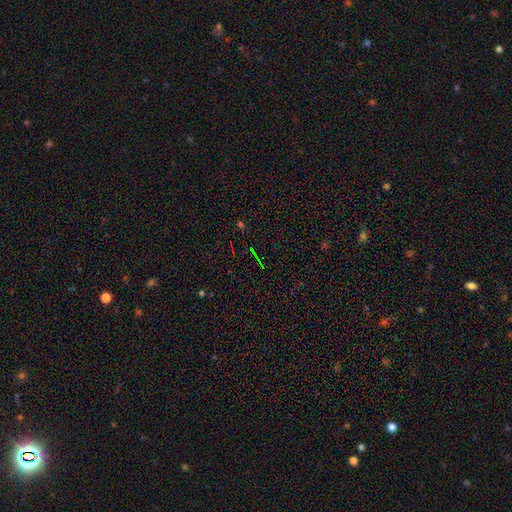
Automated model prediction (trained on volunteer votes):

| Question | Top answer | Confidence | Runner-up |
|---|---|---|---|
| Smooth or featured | star or artifact | 72% | smooth (14%) |